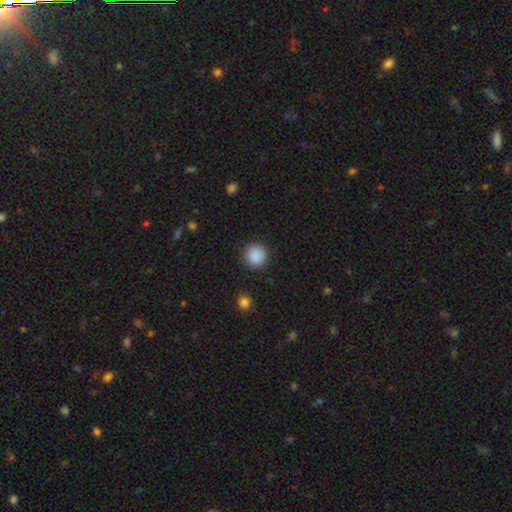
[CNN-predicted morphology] The model was most divided on "smooth or featured": smooth: 89%, star or artifact: 8%, featured or disk: 3%. More confident: how rounded — round (95%); merging — none (91%).